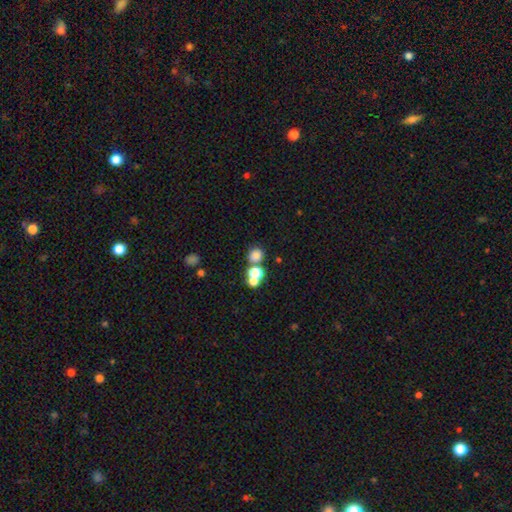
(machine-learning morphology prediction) Smooth or featured: smooth — 75% (star or artifact — 17%)
How rounded: round — 84% (in between — 15%)
Merging: none — 58% (merger — 30%)